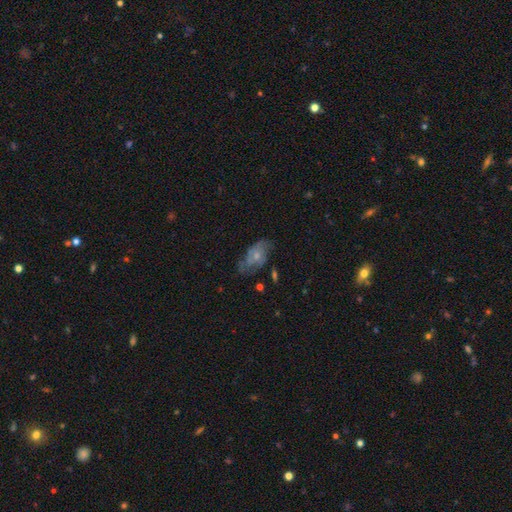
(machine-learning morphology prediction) The model was most divided on "smooth or featured": featured or disk: 52%, smooth: 40%, star or artifact: 8%. Remaining: edge-on disk — no (94%); merging — none (48%).